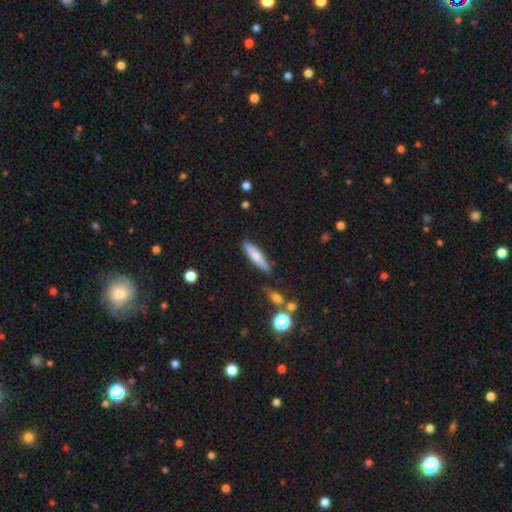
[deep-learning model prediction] Q: Smooth or featured?
A: smooth (62%); runner-up: featured or disk (32%)
Q: How rounded?
A: cigar-shaped (76%); runner-up: in between (22%)
Q: Merging?
A: none (81%); runner-up: minor disturbance (12%)